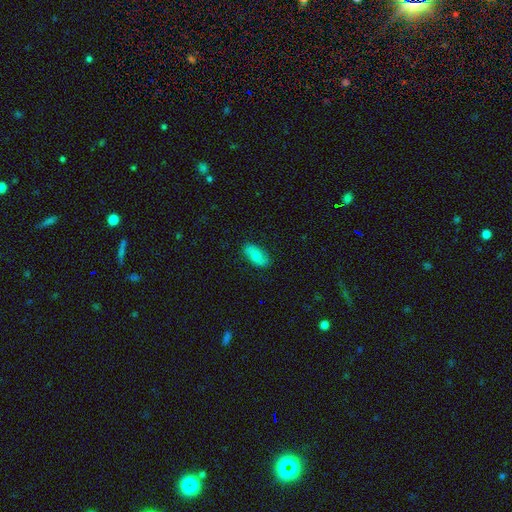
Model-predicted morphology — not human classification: smooth_or_featured: smooth (p=0.66) [alt: featured or disk p=0.27]
how_rounded: in between (p=0.88) [alt: cigar-shaped p=0.08]
merging: none (p=0.84) [alt: minor disturbance p=0.12]